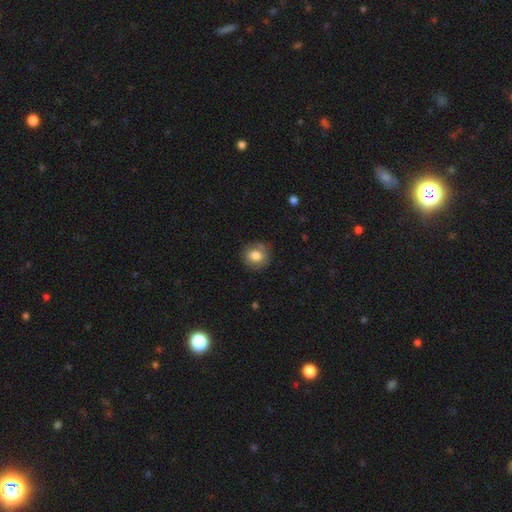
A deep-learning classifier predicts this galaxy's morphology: smooth-or-featured: smooth: 76% | featured or disk: 15% | star or artifact: 8%
  how-rounded: round: 88% | in between: 11% | cigar-shaped: 1%
  merging: none: 79% | minor disturbance: 15% | major disturbance: 4% | merger: 1%